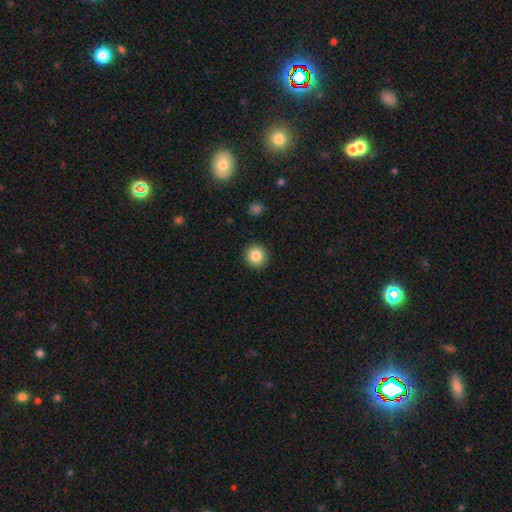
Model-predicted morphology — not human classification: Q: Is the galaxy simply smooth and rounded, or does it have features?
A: smooth — 84%.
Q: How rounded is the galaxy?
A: round — 94%.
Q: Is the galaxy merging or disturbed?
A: none — 92%.